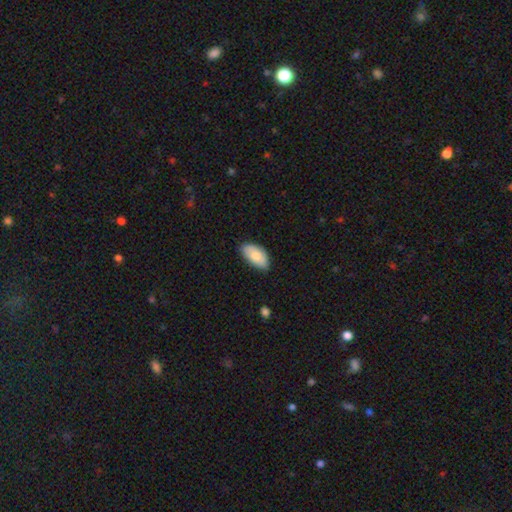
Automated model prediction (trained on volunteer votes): This is clearly a smooth galaxy (82%). How rounded: clearly in between (95%). Merging: likely none (79%).